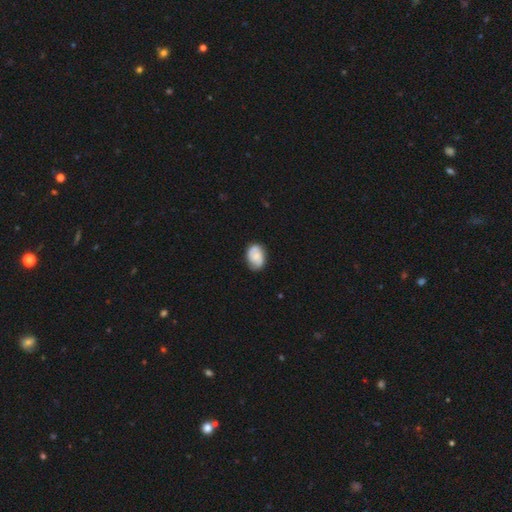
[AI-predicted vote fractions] A smooth galaxy with no disk features (48%).

Vote fractions:
- Smooth or featured? smooth: 48% / featured or disk: 44% / star or artifact: 8%
- Merging? none: 75% / minor disturbance: 19% / major disturbance: 4% / merger: 2%